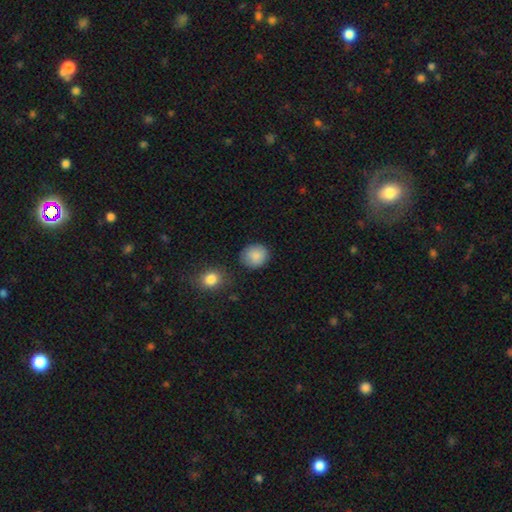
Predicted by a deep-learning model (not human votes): Overall: smooth (88%). How rounded: round (85%). Merging: none (83%).